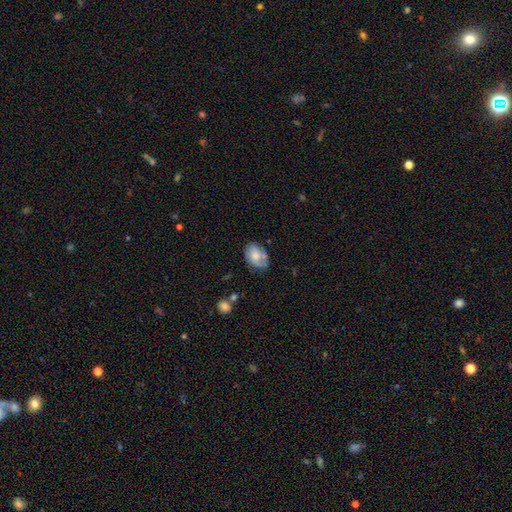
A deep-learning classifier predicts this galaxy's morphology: Overall: smooth (62%; featured or disk 31%). How rounded: in between (82%). Merging: none (55%; minor disturbance 30%).